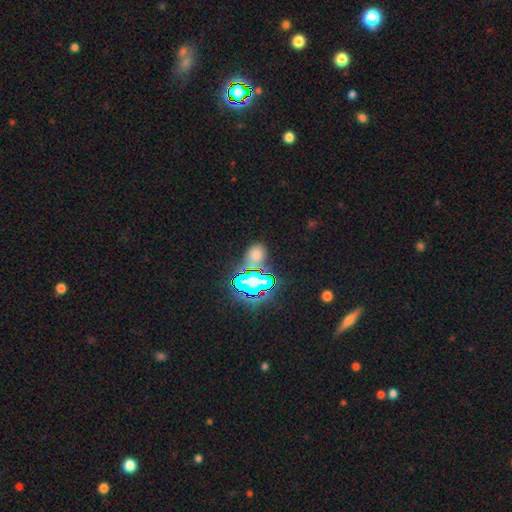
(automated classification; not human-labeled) A star or artifact, not a galaxy (51%).

Vote fractions:
- Smooth or featured? star or artifact: 51% / smooth: 39% / featured or disk: 10%